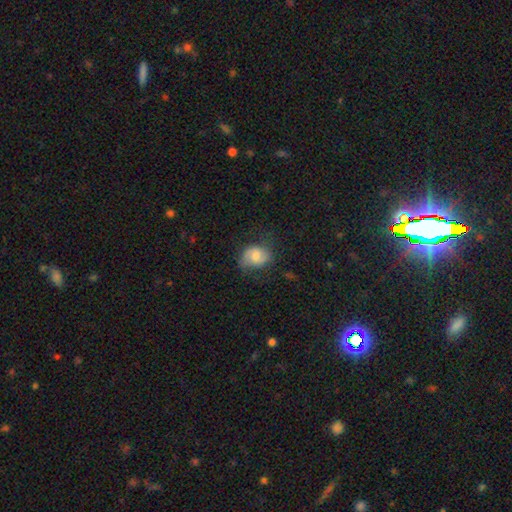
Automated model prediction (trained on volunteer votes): The model was most divided on "how rounded": in between: 59%, round: 40%, cigar-shaped: 1%. More confident: smooth or featured — smooth (61%); merging — none (59%).